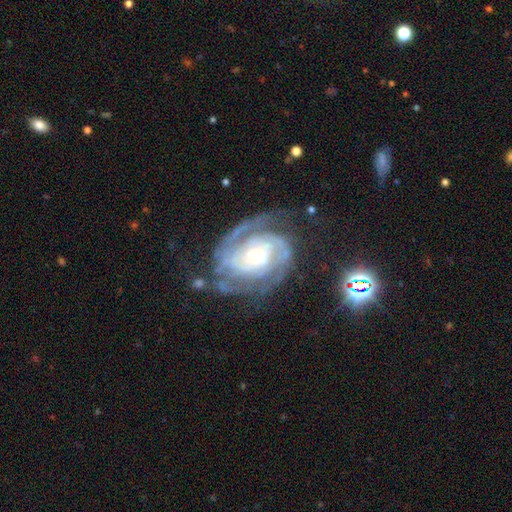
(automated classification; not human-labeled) smooth_or_featured: featured or disk (p=0.89) [alt: smooth p=0.06]
disk_edge_on: no (p=0.97) [alt: yes p=0.03]
bar: no (p=0.64) [alt: weak p=0.26]
has_spiral_arms: yes (p=0.96) [alt: no p=0.04]
spiral_winding: tight (p=0.61) [alt: medium p=0.32]
spiral_arm_count: 2 (p=0.54) [alt: can't tell p=0.18]
bulge_size: small (p=0.52) [alt: moderate p=0.34]
merging: none (p=0.63) [alt: minor disturbance p=0.19]